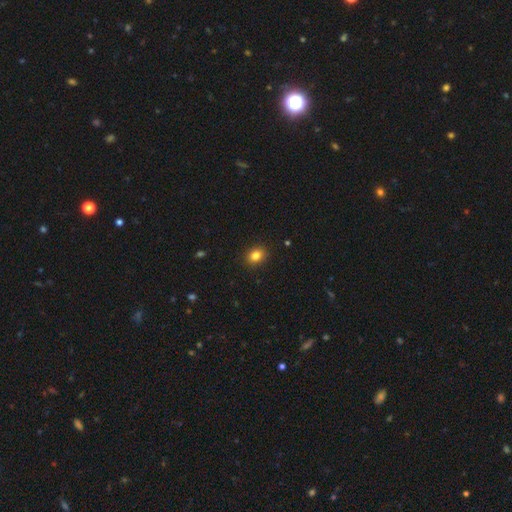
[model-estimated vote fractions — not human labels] Q: Smooth or featured?
A: smooth (84%); runner-up: star or artifact (11%)
Q: How rounded?
A: round (50%); runner-up: in between (49%)
Q: Merging?
A: none (90%); runner-up: minor disturbance (7%)